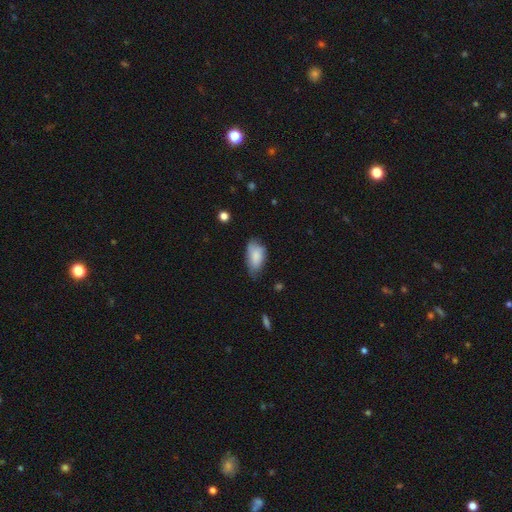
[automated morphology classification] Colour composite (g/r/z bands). It shows a smooth galaxy with no disk features (81%) that is in between round and cigar-shaped (93%). Merging: none (49%).